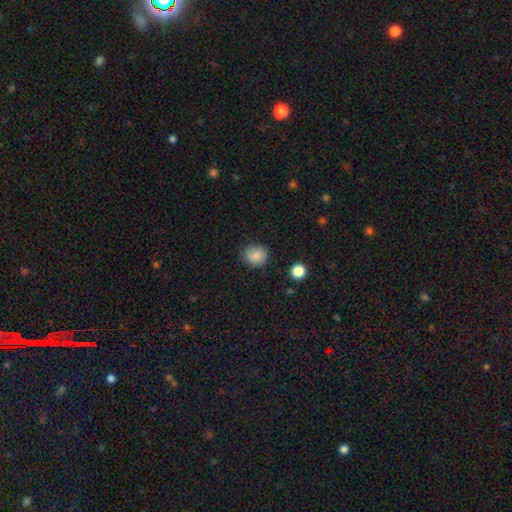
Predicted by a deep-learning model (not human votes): Smooth or featured?
  - smooth: 85% *
  - star or artifact: 10%
  - featured or disk: 5%
How rounded?
  - round: 80% *
  - in between: 19%
  - cigar-shaped: 1%
Merging?
  - none: 83% *
  - minor disturbance: 12%
  - major disturbance: 3%
  - merger: 1%